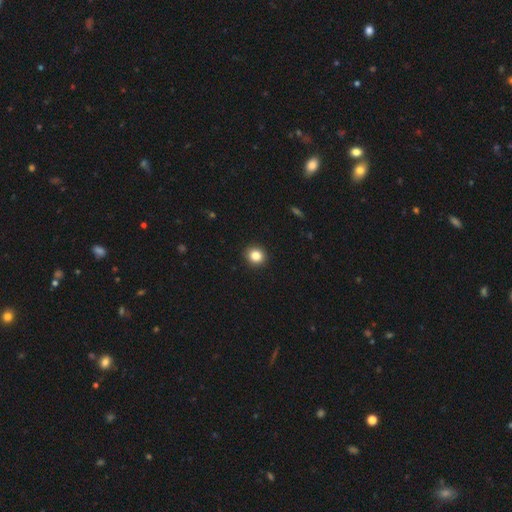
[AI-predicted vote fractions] smooth-or-featured: smooth: 85% | star or artifact: 11% | featured or disk: 4%
  how-rounded: round: 83% | in between: 16% | cigar-shaped: 1%
  merging: none: 92% | minor disturbance: 5% | major disturbance: 2% | merger: 1%